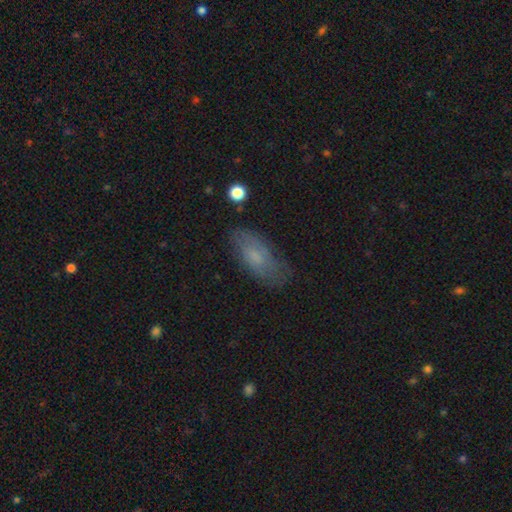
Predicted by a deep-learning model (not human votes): Smooth or featured? Predicted: smooth (p=0.61). How rounded? Predicted: in between (p=0.83). Merging? Predicted: none (p=0.71).